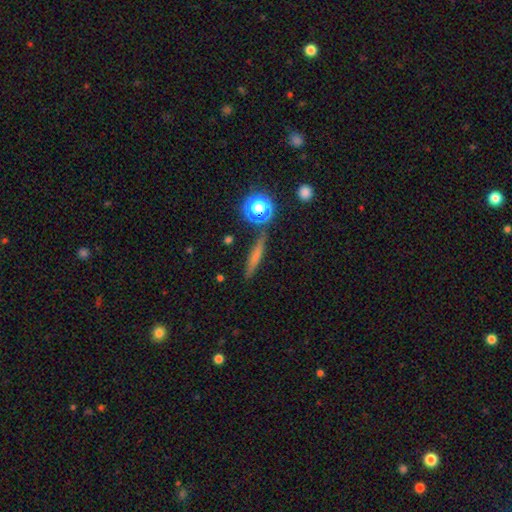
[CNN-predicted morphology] Smooth or featured: smooth — 57% (featured or disk — 30%)
How rounded: cigar-shaped — 83% (in between — 8%)
Merging: none — 84% (minor disturbance — 10%)